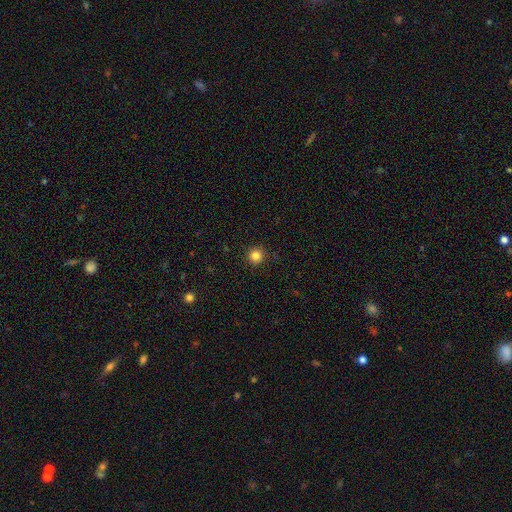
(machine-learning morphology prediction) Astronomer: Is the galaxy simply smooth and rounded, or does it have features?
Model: smooth — 83%.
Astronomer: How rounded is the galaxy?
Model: round — 96%.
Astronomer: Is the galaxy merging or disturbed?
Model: none — 91%.